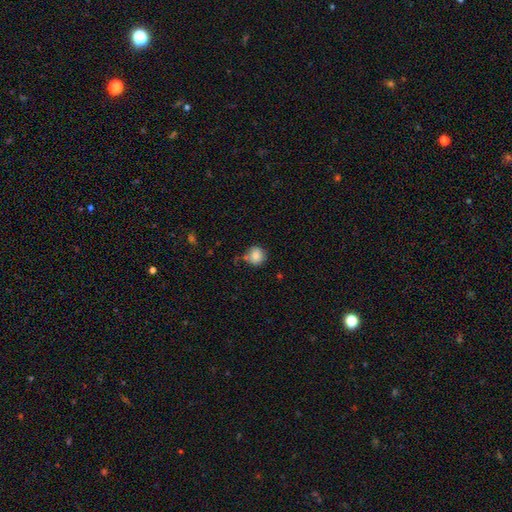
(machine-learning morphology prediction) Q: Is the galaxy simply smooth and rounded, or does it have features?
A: smooth — 85%.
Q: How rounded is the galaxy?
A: round — 89%.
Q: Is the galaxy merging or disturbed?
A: none — 66%.